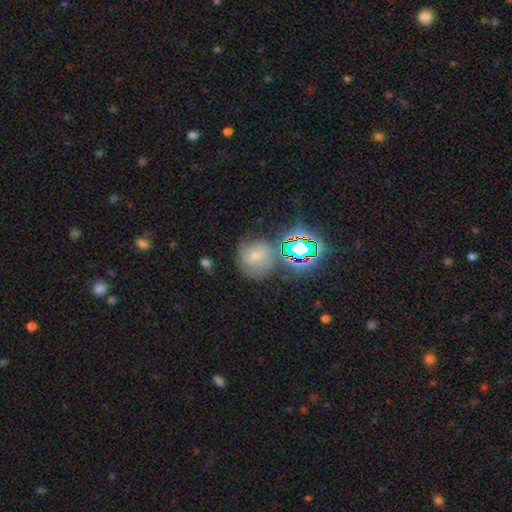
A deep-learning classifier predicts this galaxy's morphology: Q: Smooth or featured?
A: smooth (45%); runner-up: featured or disk (29%)
Q: Merging?
A: none (62%); runner-up: minor disturbance (20%)